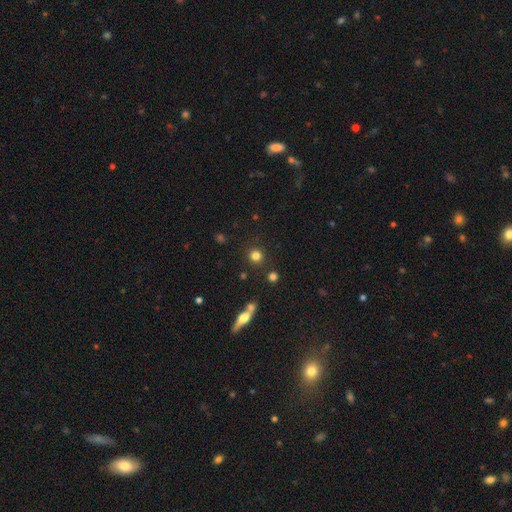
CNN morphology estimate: Smooth or featured?
  - smooth: 79% *
  - star or artifact: 14%
  - featured or disk: 7%
How rounded?
  - round: 92% *
  - in between: 6%
  - cigar-shaped: 1%
Merging?
  - none: 85% *
  - minor disturbance: 7%
  - merger: 5%
  - major disturbance: 3%